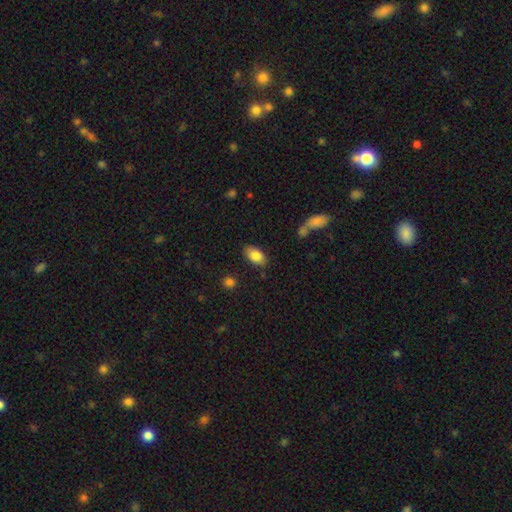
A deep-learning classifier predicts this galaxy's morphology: Smooth or featured: smooth — 83% (featured or disk — 10%)
How rounded: in between — 92% (round — 5%)
Merging: none — 82% (minor disturbance — 13%)